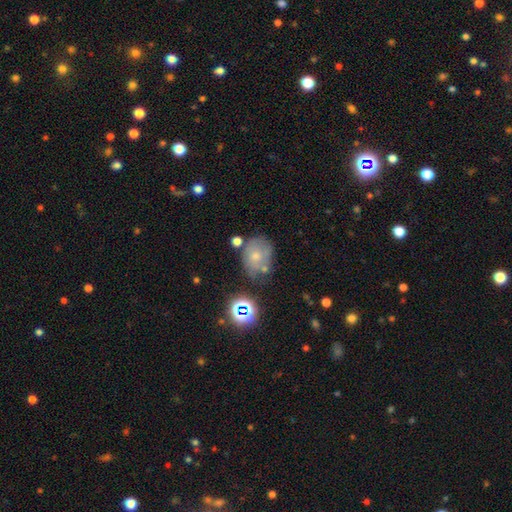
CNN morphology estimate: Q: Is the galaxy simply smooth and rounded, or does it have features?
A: smooth — 59%.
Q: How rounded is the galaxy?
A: in between — 54%.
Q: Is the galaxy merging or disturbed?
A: none — 51%.